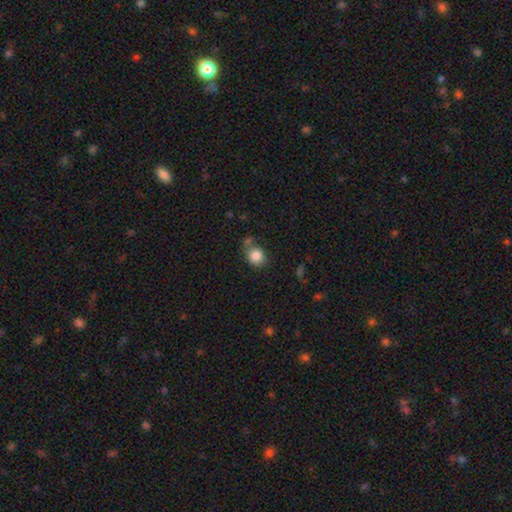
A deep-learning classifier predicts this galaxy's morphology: Q: Smooth or featured?
A: smooth (85%); runner-up: star or artifact (9%)
Q: How rounded?
A: round (75%); runner-up: in between (24%)
Q: Merging?
A: none (62%); runner-up: minor disturbance (16%)